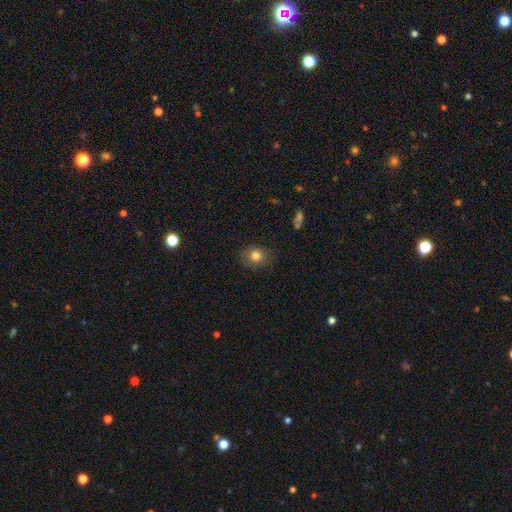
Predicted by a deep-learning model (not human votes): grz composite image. It shows a smooth galaxy with no disk features (80%) that is round (71%). Merging: none (81%).